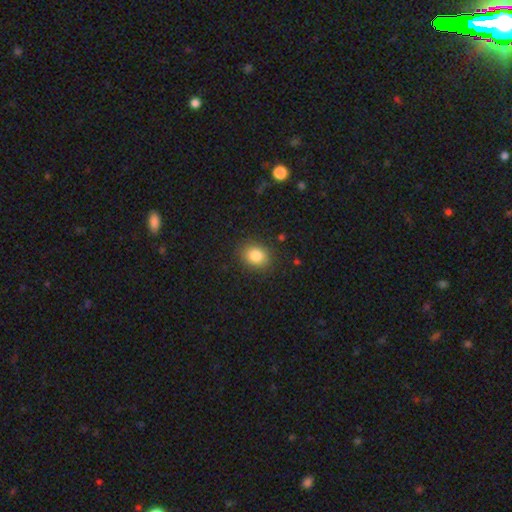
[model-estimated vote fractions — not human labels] A smooth galaxy with no disk features (84%) that is round (55%).

Vote fractions:
- Smooth or featured? smooth: 84% / star or artifact: 10% / featured or disk: 6%
- How rounded? round: 55% / in between: 44% / cigar-shaped: 1%
- Merging? none: 87% / minor disturbance: 9% / major disturbance: 3% / merger: 1%